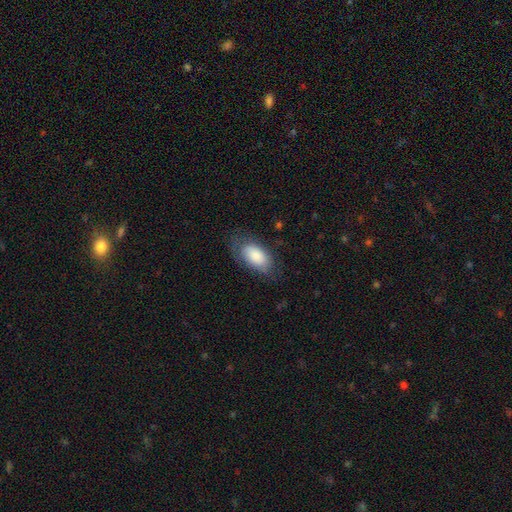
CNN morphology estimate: The model was most divided on "merging": none: 64%, minor disturbance: 24%, major disturbance: 11%, merger: 1%. More confident: how rounded — in between (94%); smooth or featured — smooth (80%).